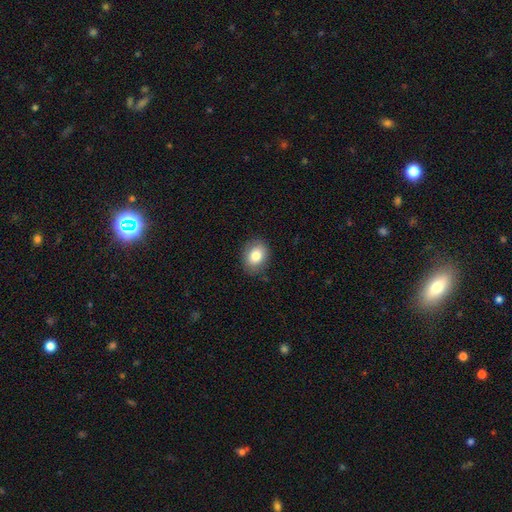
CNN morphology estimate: A smooth galaxy with no disk features (81%) that is in between round and cigar-shaped (57%). Merging: none (84%).